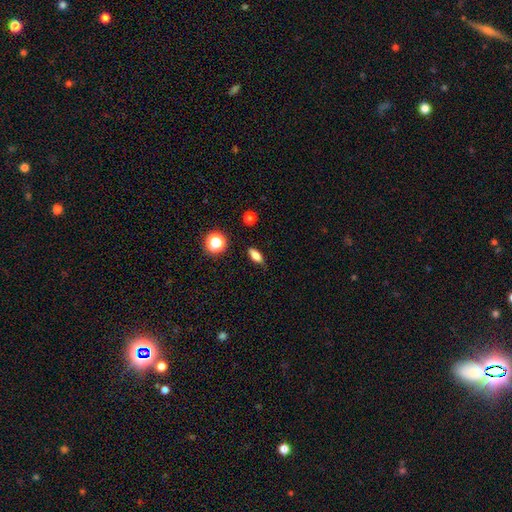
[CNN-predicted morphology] Overall: smooth (72%). How rounded: in between (67%). Merging: none (87%).